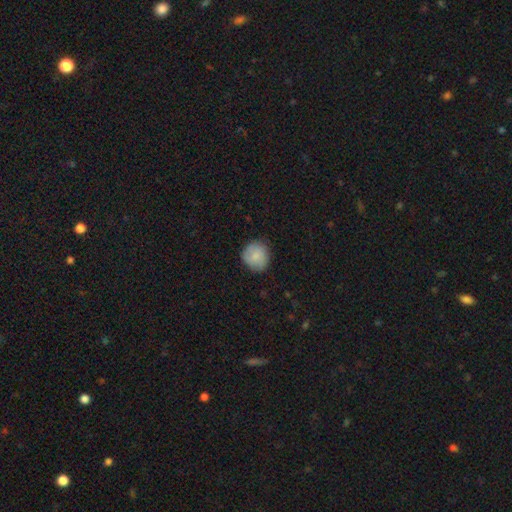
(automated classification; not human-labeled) Overall: smooth (83%). How rounded: round (89%). Merging: none (80%).